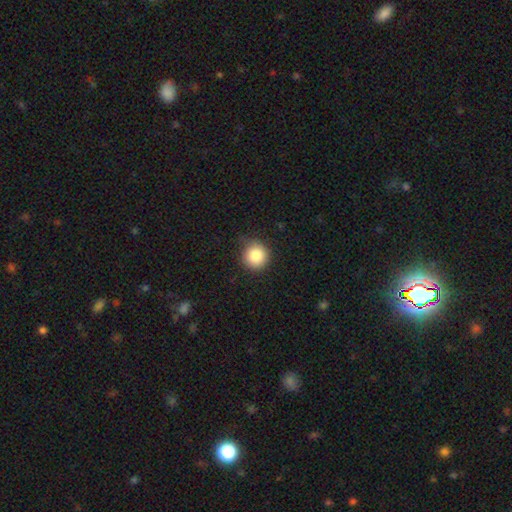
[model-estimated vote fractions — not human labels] Smooth or featured?
  - smooth: 85% *
  - star or artifact: 10%
  - featured or disk: 5%
How rounded?
  - round: 93% *
  - in between: 6%
  - cigar-shaped: 1%
Merging?
  - none: 78% *
  - minor disturbance: 17%
  - major disturbance: 4%
  - merger: 1%